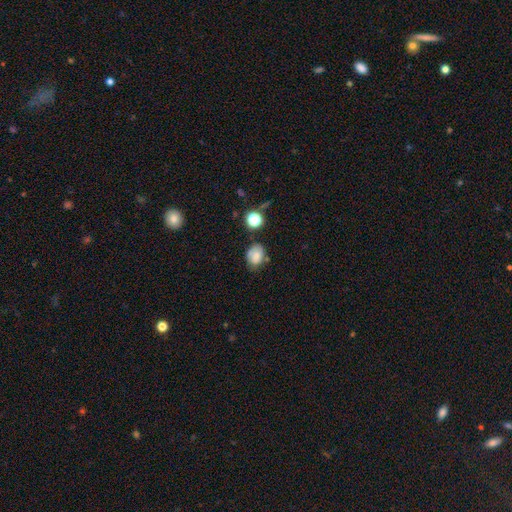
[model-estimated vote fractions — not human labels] Overall: smooth (75%). How rounded: in between (56%; round 43%). Merging: none (59%; minor disturbance 26%).